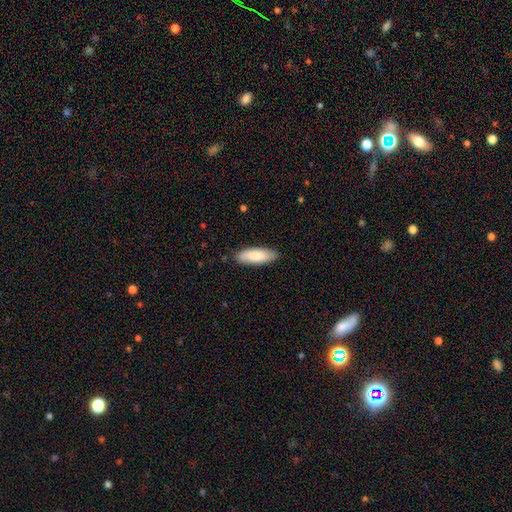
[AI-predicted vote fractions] Q: Smooth or featured?
A: smooth (85%); runner-up: featured or disk (10%)
Q: How rounded?
A: in between (64%); runner-up: cigar-shaped (34%)
Q: Merging?
A: none (86%); runner-up: minor disturbance (11%)